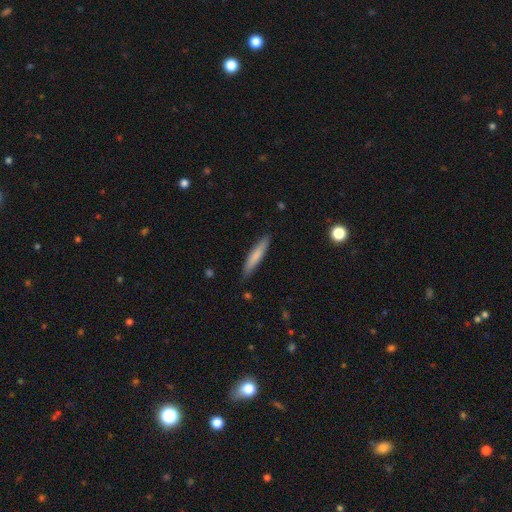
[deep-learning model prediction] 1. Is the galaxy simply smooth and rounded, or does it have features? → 75% smooth, 19% featured or disk, 6% star or artifact.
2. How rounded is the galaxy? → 91% cigar-shaped, 8% in between, 1% round.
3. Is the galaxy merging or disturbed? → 87% none, 10% minor disturbance, 2% major disturbance, 1% merger.